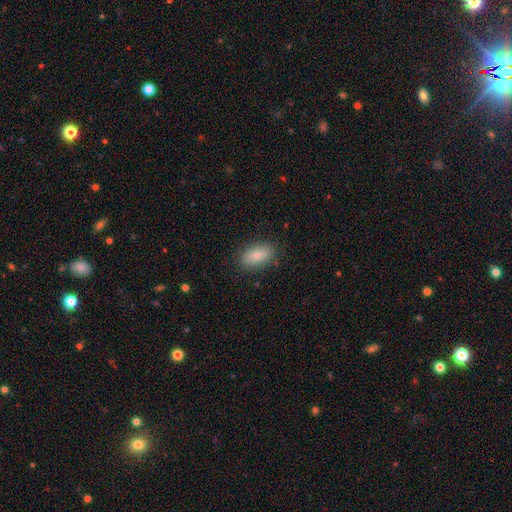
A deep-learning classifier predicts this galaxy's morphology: Smooth or featured? smooth (78%)
How rounded? in between (90%)
Merging? none (86%)